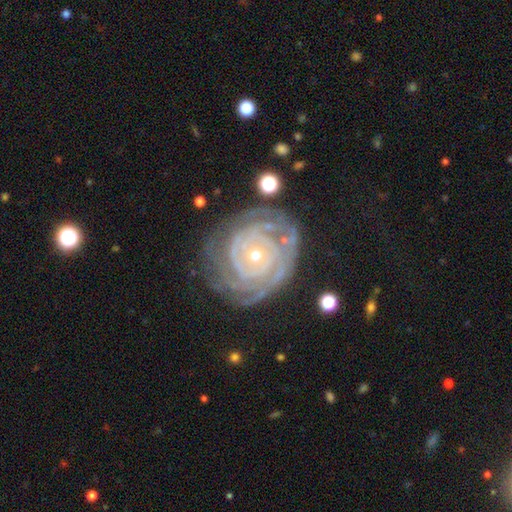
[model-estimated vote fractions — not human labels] Q: Smooth or featured?
A: featured or disk (90%); runner-up: smooth (5%)
Q: Edge-on disk?
A: no (97%); runner-up: yes (3%)
Q: Bar?
A: no (79%); runner-up: weak (15%)
Q: Spiral arms?
A: yes (96%); runner-up: no (4%)
Q: Spiral winding?
A: tight (83%); runner-up: medium (14%)
Q: Spiral arm count?
A: can't tell (26%); runner-up: 3 (22%)
Q: Bulge size?
A: small (71%); runner-up: moderate (26%)
Q: Merging?
A: none (70%); runner-up: minor disturbance (19%)